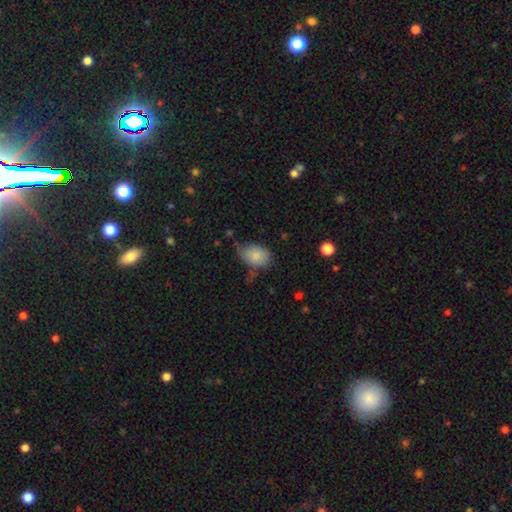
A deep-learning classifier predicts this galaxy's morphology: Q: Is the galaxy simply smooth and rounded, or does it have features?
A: smooth — 82%.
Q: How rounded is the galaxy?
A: in between — 80%.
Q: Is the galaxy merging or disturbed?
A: none — 46%.